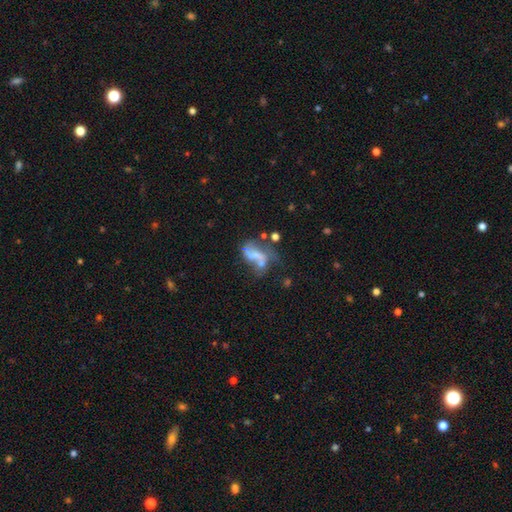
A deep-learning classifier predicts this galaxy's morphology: A featured or disk galaxy (57%) with no bar (60%), spiral arms (50%, tied with no) and no central bulge (56%).

Vote fractions:
- Smooth or featured? featured or disk: 57% / smooth: 30% / star or artifact: 13%
- Edge-on disk? no: 97% / yes: 3%
- Bar? no: 60% / weak: 26% / strong: 14%
- Spiral arms? yes: 50% (tied) / no: 50% (tied)
- Bulge size? none: 56% / small: 24% / moderate: 15% / large: 4% / dominant: 2%
- Merging? major disturbance: 33% / merger: 30% / none: 21% / minor disturbance: 15%